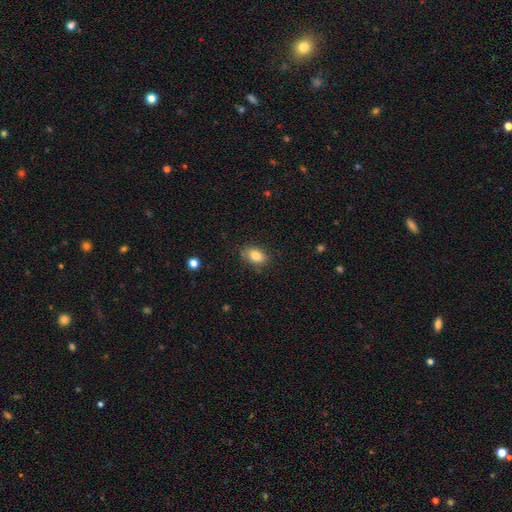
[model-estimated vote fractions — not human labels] Q: Smooth or featured?
A: smooth (82%); runner-up: star or artifact (9%)
Q: How rounded?
A: in between (82%); runner-up: round (17%)
Q: Merging?
A: none (80%); runner-up: minor disturbance (15%)